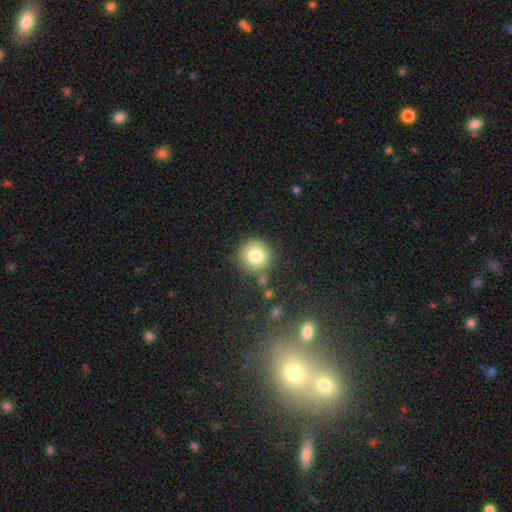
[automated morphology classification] smooth-or-featured: smooth: 80% | star or artifact: 11% | featured or disk: 10%
  how-rounded: round: 93% | in between: 6% | cigar-shaped: 1%
  merging: none: 77% | minor disturbance: 12% | merger: 7% | major disturbance: 4%